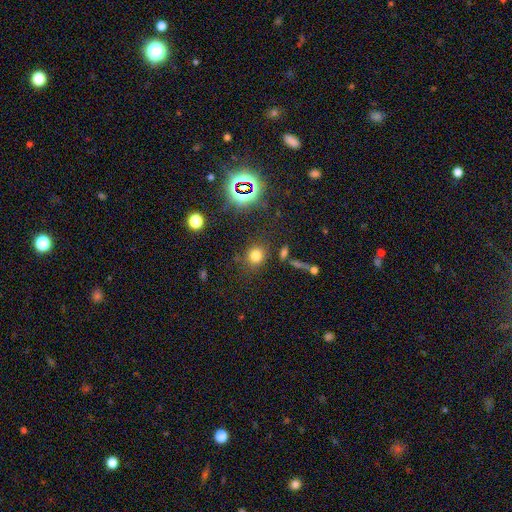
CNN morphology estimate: The model was most divided on "smooth or featured": smooth: 71%, star or artifact: 21%, featured or disk: 7%. More confident: how rounded — round (82%); merging — none (81%).